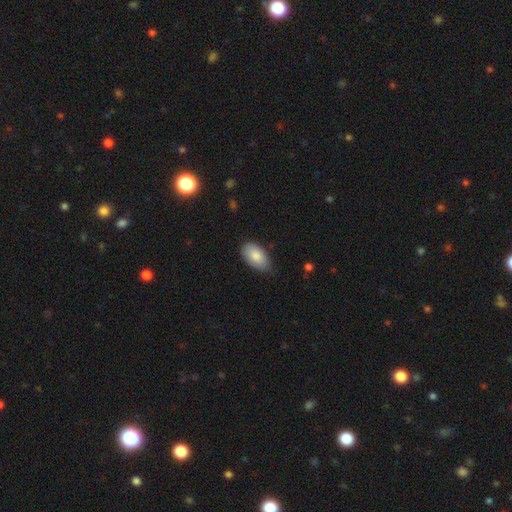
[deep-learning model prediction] The model was most divided on "merging": none: 72%, minor disturbance: 24%, major disturbance: 3%, merger: 1%. More confident: how rounded — in between (95%); smooth or featured — smooth (84%).